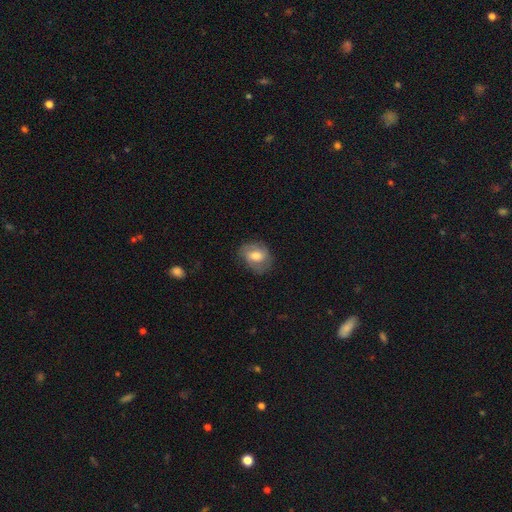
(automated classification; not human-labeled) A smooth galaxy with no disk features (54%) that is in between round and cigar-shaped (53%). Merging: none (71%).